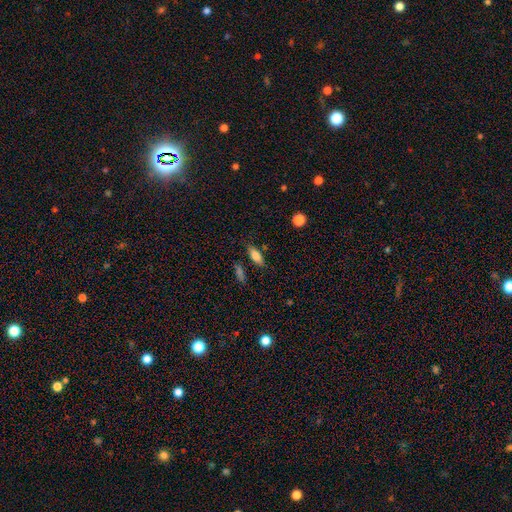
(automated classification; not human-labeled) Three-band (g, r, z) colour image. It shows a smooth galaxy with no disk features (78%) that is in between round and cigar-shaped (73%). Merging: none (80%).